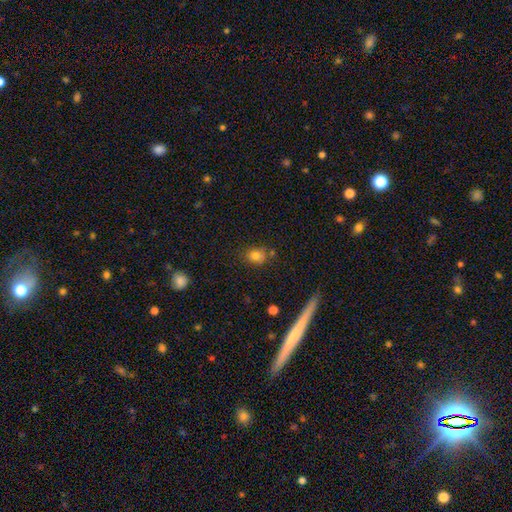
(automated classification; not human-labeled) Morphology: type=smooth (76%); roundness=round (50%); merging=none (71%).